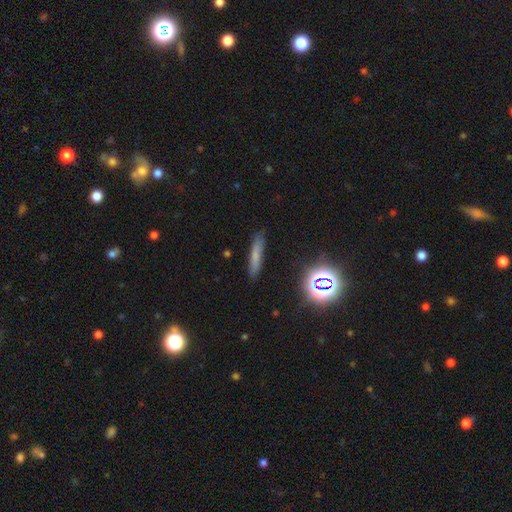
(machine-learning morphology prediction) type=smooth (65%); roundness=cigar-shaped (86%); merging=none (85%).